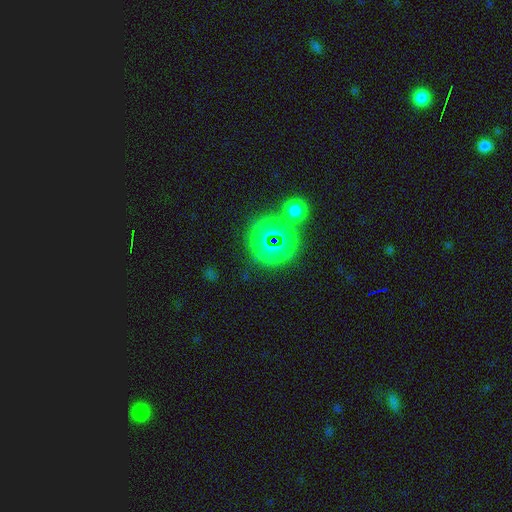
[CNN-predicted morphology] Smooth or featured? star or artifact (77%)